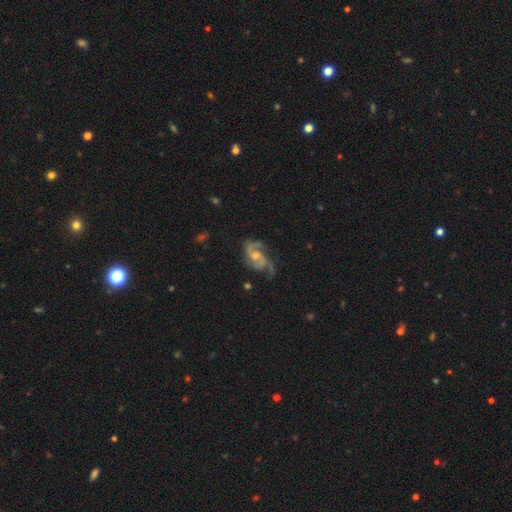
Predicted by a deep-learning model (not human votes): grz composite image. It shows a featured or disk galaxy (86%) with no bar (56%), 2 (47%) medium (51%) spiral arms (96%) and a moderate central bulge (50%). Merging: none (61%).